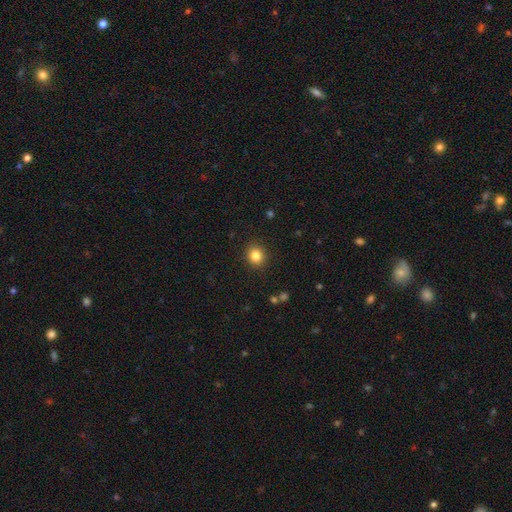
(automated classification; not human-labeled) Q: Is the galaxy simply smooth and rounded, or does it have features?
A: smooth — 83%.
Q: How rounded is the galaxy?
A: round — 80%.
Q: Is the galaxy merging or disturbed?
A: none — 90%.